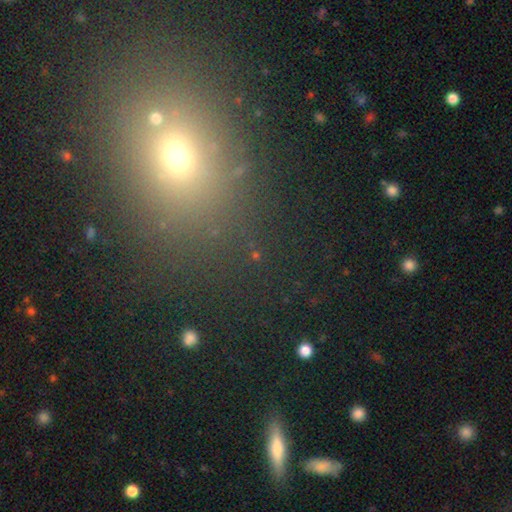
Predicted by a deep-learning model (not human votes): A star or artifact, not a galaxy (54%).

Vote fractions:
- Smooth or featured? star or artifact: 54% / smooth: 34% / featured or disk: 12%